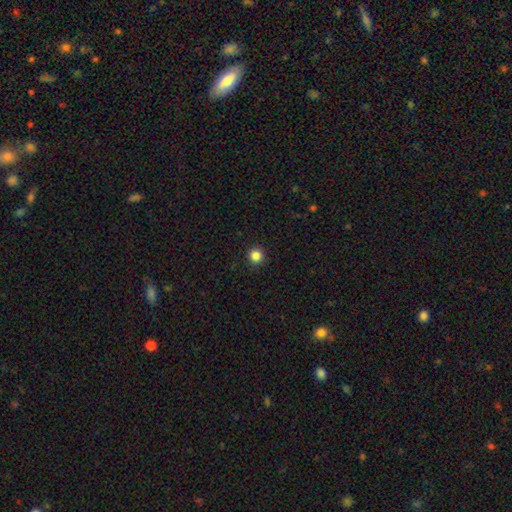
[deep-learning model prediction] The model was most divided on "smooth or featured": smooth: 85%, star or artifact: 11%, featured or disk: 4%. More confident: how rounded — round (95%); merging — none (93%).